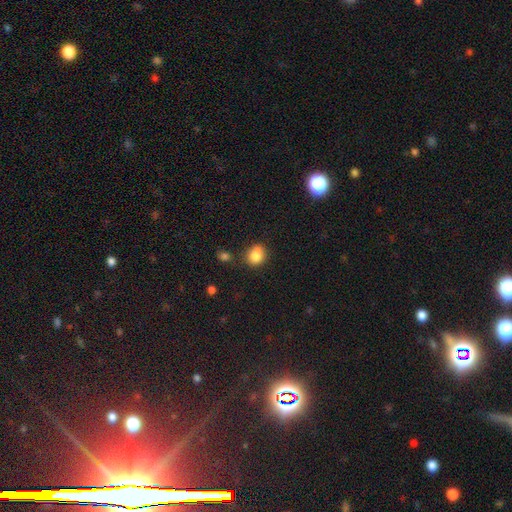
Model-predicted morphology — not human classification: smooth 83%, star or artifact 10%, featured or disk 6%. Down the decision tree: how rounded — round (66%); merging — none (69%).